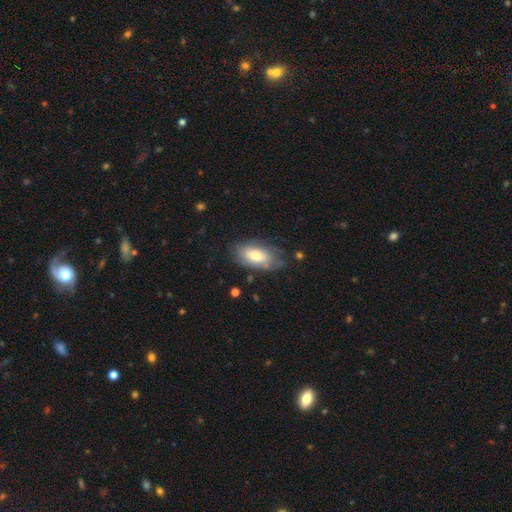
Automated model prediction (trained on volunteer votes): smooth 55%, featured or disk 38%, star or artifact 7%. Down the decision tree: how rounded — in between (91%); merging — none (66%).